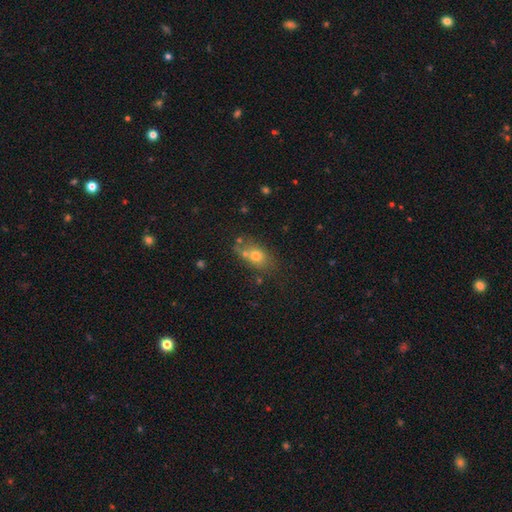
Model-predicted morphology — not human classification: smooth 72%, featured or disk 15%, star or artifact 13%. Down the decision tree: how rounded — in between (65%); merging — none (58%).